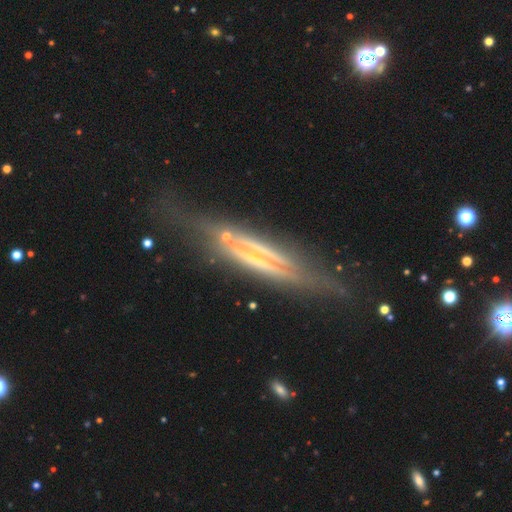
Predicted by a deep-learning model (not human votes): Smooth or featured? featured or disk (79%)
Edge-on disk? yes (92%)
Edge-on bulge? none (41%)
Merging? none (66%)